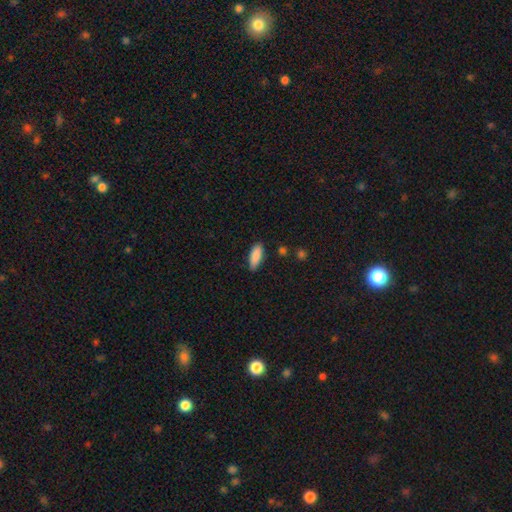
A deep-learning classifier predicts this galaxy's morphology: smooth_or_featured: smooth (p=0.89) [alt: star or artifact p=0.06]
how_rounded: in between (p=0.73) [alt: cigar-shaped p=0.25]
merging: none (p=0.82) [alt: minor disturbance p=0.14]